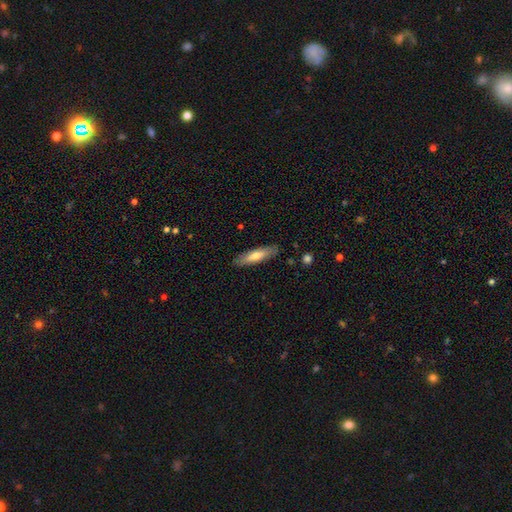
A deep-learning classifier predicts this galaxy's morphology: Overall: smooth (62%; featured or disk 32%). How rounded: cigar-shaped (73%). Merging: none (87%).